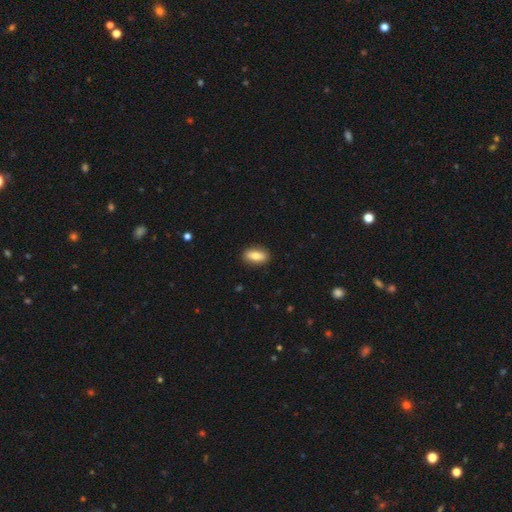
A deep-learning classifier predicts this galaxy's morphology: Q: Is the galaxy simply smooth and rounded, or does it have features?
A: smooth — 77%.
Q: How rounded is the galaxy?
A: in between — 86%.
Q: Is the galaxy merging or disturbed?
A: none — 88%.